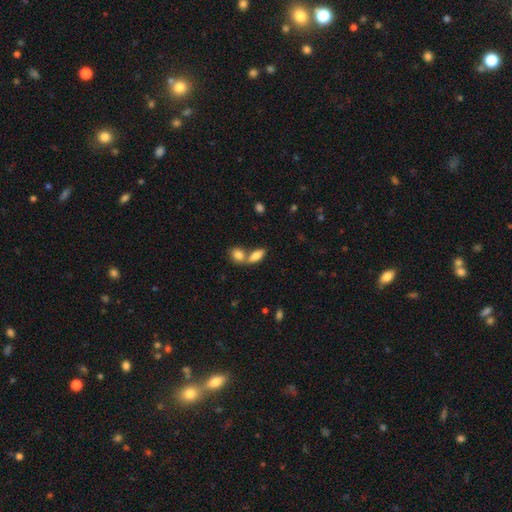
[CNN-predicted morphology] The model was most divided on "merging": merger: 51%, none: 37%, minor disturbance: 8%, major disturbance: 3%. More confident: smooth or featured — smooth (82%); how rounded — in between (80%).